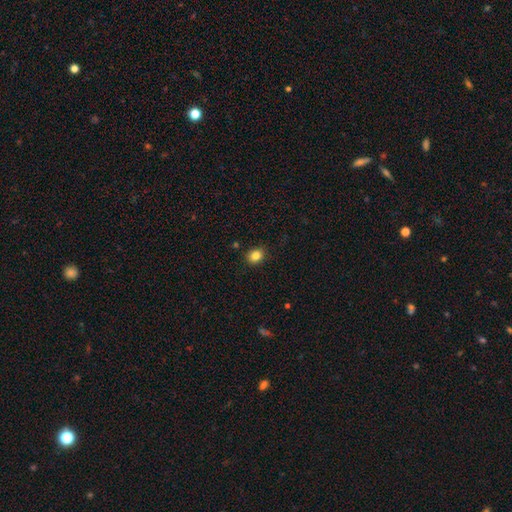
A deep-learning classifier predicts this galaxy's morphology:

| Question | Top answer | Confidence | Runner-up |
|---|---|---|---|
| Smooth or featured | smooth | 84% | star or artifact (11%) |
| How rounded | round | 63% | in between (36%) |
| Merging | none | 89% | minor disturbance (8%) |